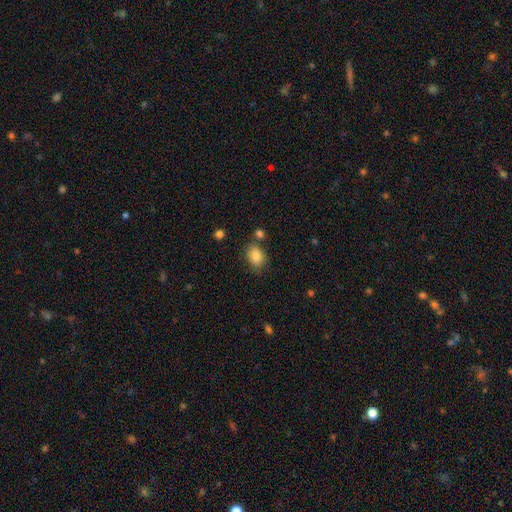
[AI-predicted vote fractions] smooth 86%, star or artifact 8%, featured or disk 6%. Down the decision tree: how rounded — in between (78%); merging — none (70%).